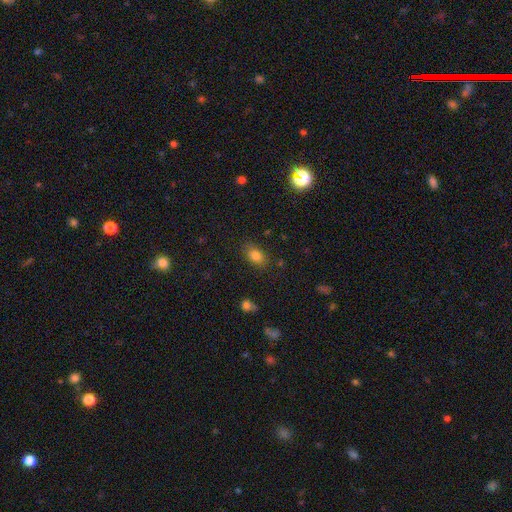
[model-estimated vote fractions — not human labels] The model was most divided on "how rounded": in between: 84%, round: 14%, cigar-shaped: 2%. More confident: merging — none (82%); smooth or featured — smooth (82%).